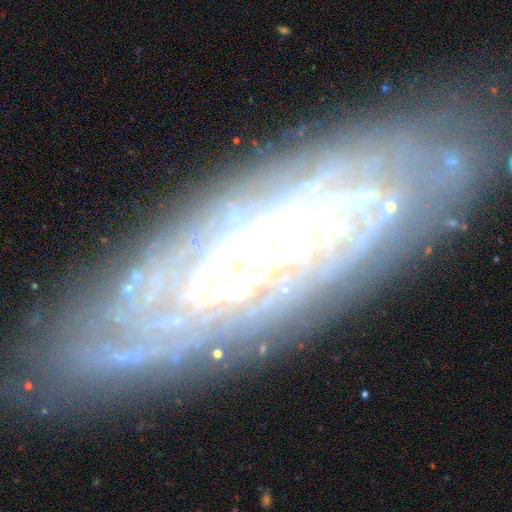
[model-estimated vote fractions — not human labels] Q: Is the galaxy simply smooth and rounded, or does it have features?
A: featured or disk — 81%.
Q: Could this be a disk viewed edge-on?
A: no — 80%.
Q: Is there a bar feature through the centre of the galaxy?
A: no — 65%.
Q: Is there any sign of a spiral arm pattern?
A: yes — 89%.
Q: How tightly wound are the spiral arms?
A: tight — 81%.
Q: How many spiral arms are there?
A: can't tell — 55%.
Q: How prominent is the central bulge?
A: small — 56%.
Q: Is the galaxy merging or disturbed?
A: none — 79%.